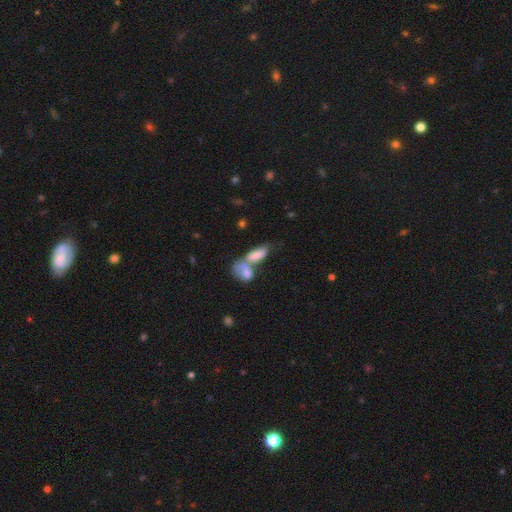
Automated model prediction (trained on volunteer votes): Q: Smooth or featured?
A: smooth (67%); runner-up: featured or disk (26%)
Q: How rounded?
A: in between (83%); runner-up: cigar-shaped (13%)
Q: Merging?
A: merger (63%); runner-up: none (19%)